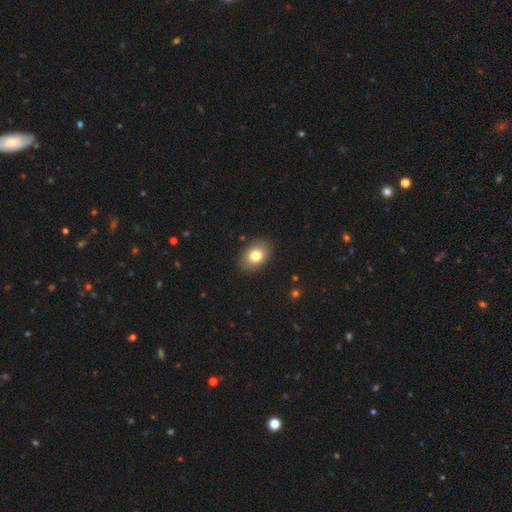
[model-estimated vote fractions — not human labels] Smooth or featured?
  - smooth: 80% *
  - featured or disk: 12%
  - star or artifact: 8%
How rounded?
  - in between: 78% *
  - round: 21%
  - cigar-shaped: 1%
Merging?
  - none: 88% *
  - minor disturbance: 9%
  - major disturbance: 2%
  - merger: 1%